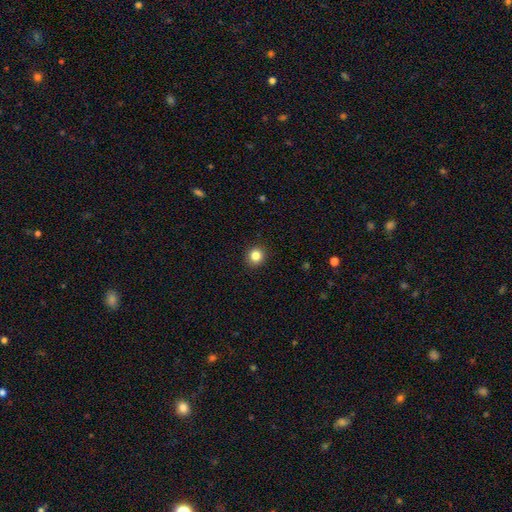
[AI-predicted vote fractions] Smooth or featured: smooth — 84% (star or artifact — 11%)
How rounded: round — 89% (in between — 10%)
Merging: none — 93% (minor disturbance — 5%)